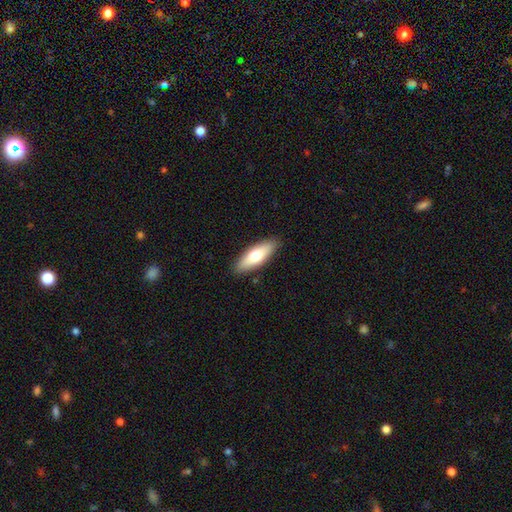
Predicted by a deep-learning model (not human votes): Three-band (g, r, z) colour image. It shows a smooth galaxy with no disk features (67%) that is in between round and cigar-shaped (59%). Merging: none (89%).